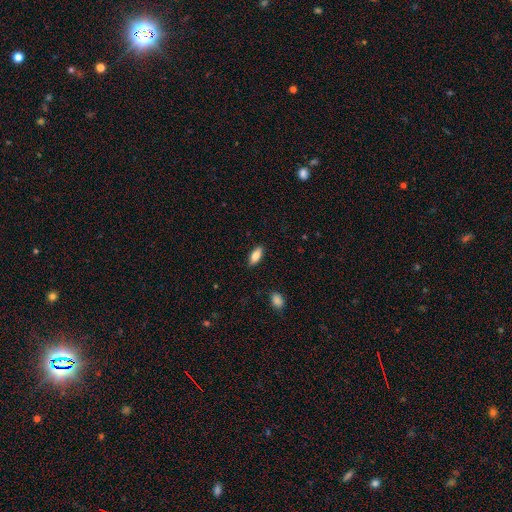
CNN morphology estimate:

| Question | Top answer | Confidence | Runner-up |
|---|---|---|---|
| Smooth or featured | smooth | 83% | featured or disk (11%) |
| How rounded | in between | 82% | cigar-shaped (16%) |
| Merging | none | 87% | minor disturbance (9%) |